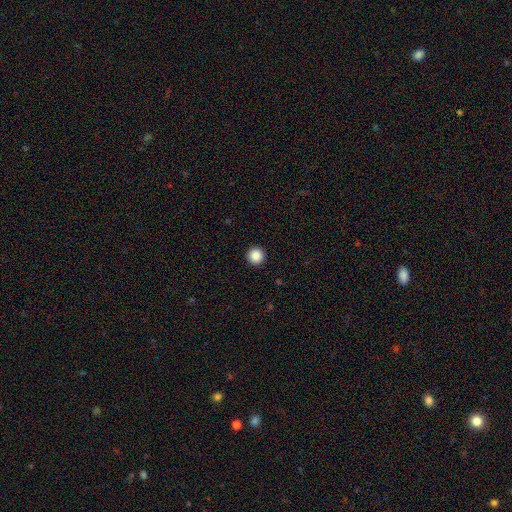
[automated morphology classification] Smooth or featured: smooth — 88% (star or artifact — 9%)
How rounded: round — 96% (in between — 3%)
Merging: none — 94% (minor disturbance — 4%)